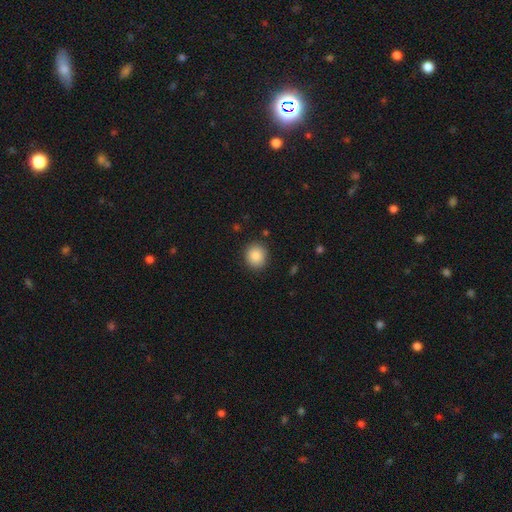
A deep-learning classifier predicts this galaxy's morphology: type=smooth (87%); roundness=round (83%); merging=none (89%).